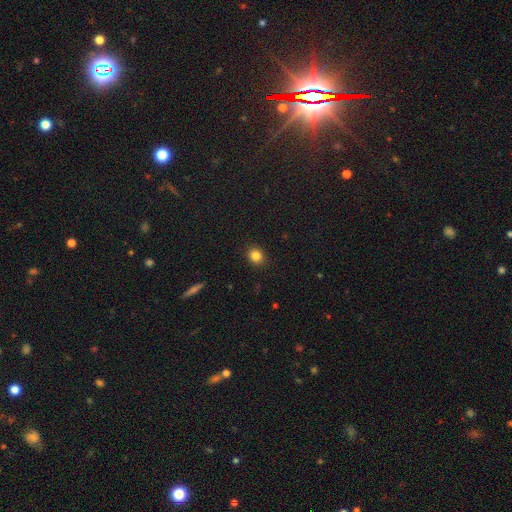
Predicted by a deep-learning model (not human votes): This is clearly a smooth galaxy (84%). How rounded: likely round (71%). Merging: clearly none (90%).